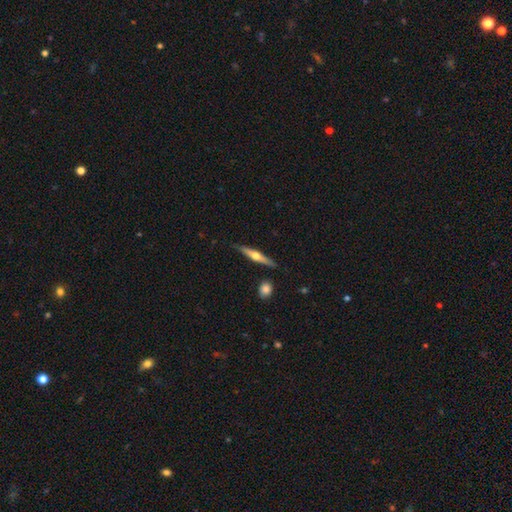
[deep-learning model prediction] Smooth or featured?
  - featured or disk: 68% *
  - smooth: 26%
  - star or artifact: 6%
Edge-on disk?
  - yes: 97% *
  - no: 3%
Edge-on bulge?
  - rounded: 94% *
  - none: 4%
  - boxy: 3%
Merging?
  - none: 86% *
  - minor disturbance: 9%
  - merger: 3%
  - major disturbance: 2%